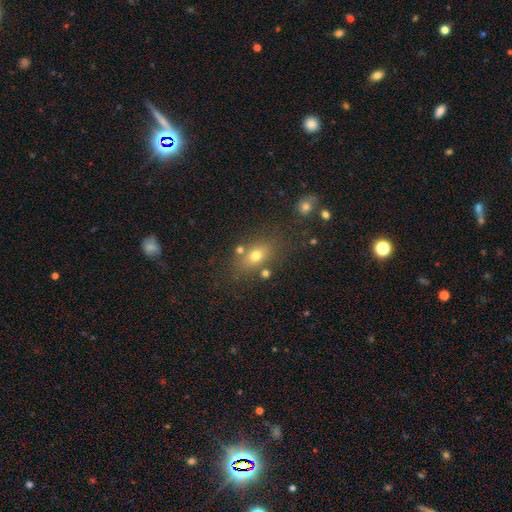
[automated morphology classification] Q: Smooth or featured?
A: smooth (69%); runner-up: featured or disk (18%)
Q: How rounded?
A: in between (72%); runner-up: round (19%)
Q: Merging?
A: none (71%); runner-up: minor disturbance (14%)